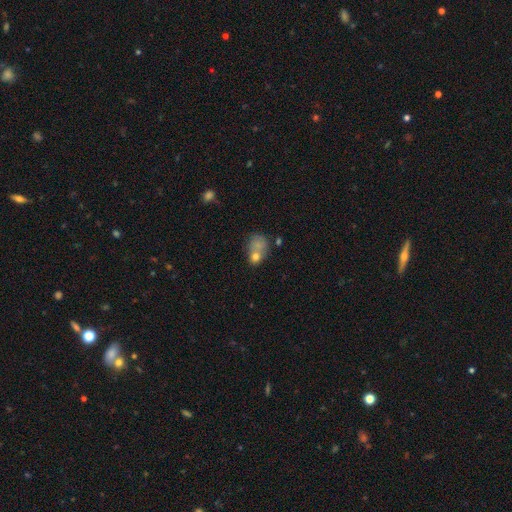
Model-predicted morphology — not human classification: Overall: smooth (66%). How rounded: round (55%; in between 43%). Merging: merger (39%; none 37%).